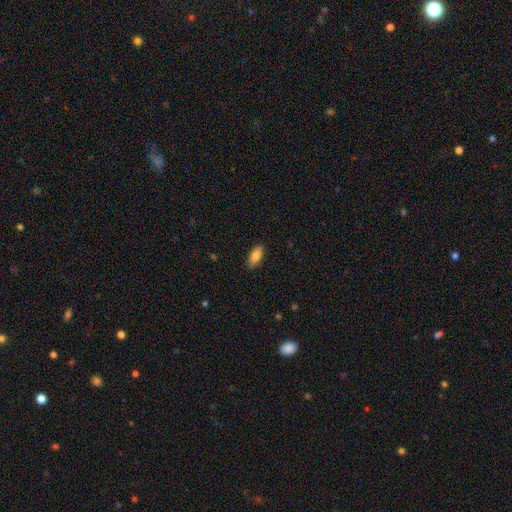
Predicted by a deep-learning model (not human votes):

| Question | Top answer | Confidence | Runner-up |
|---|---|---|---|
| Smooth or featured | smooth | 84% | featured or disk (10%) |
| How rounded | in between | 81% | cigar-shaped (17%) |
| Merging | none | 87% | minor disturbance (10%) |